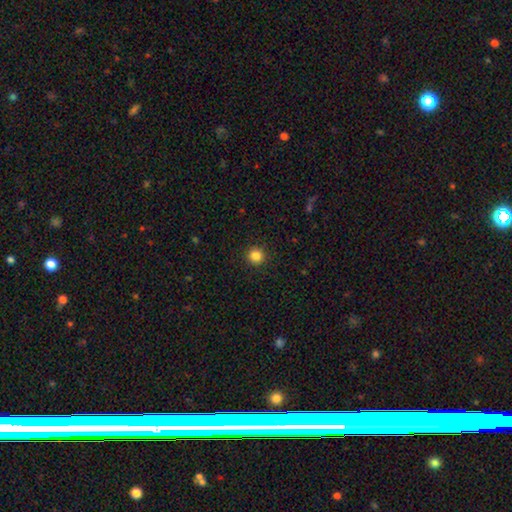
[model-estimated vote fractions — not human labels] This is clearly a smooth galaxy (85%). How rounded: clearly round (95%). Merging: clearly none (93%).